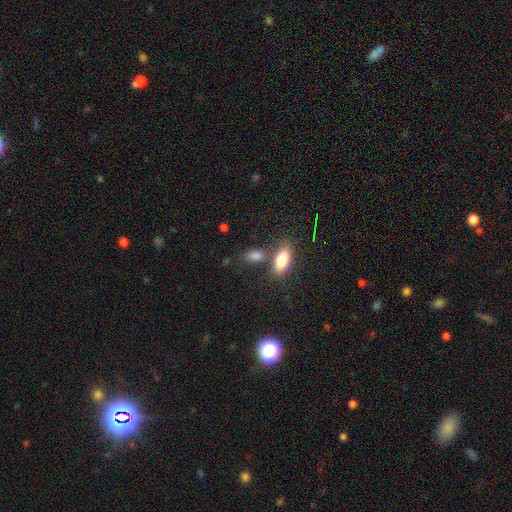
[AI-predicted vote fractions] smooth 79%, star or artifact 11%, featured or disk 10%. Down the decision tree: how rounded — in between (81%); merging — none (65%).